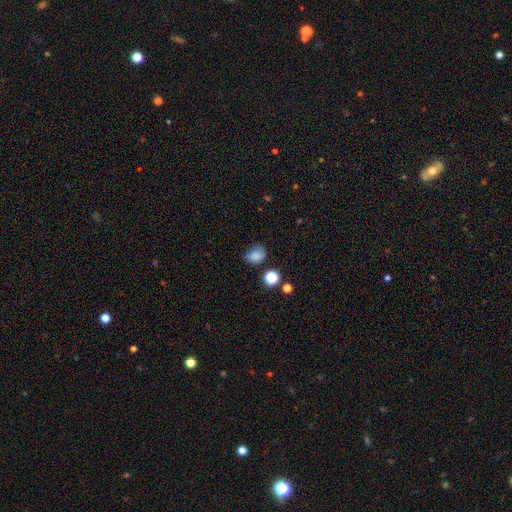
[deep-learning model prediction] This appears to be a smooth galaxy with no disk features (76%) that is in between round and cigar-shaped (56%). Merging: none (55%).